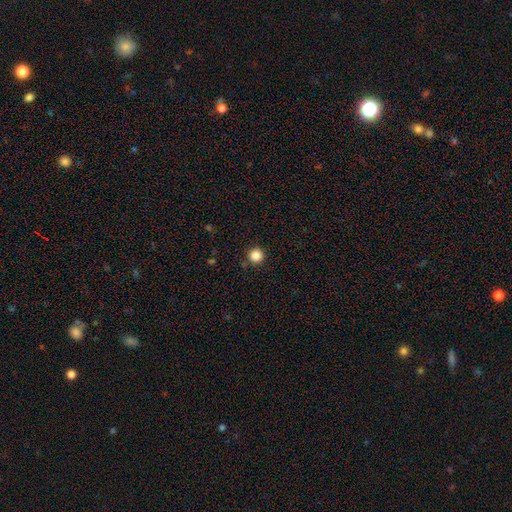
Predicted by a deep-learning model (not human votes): Smooth or featured: smooth — 86% (star or artifact — 11%)
How rounded: round — 96% (in between — 3%)
Merging: none — 90% (minor disturbance — 6%)